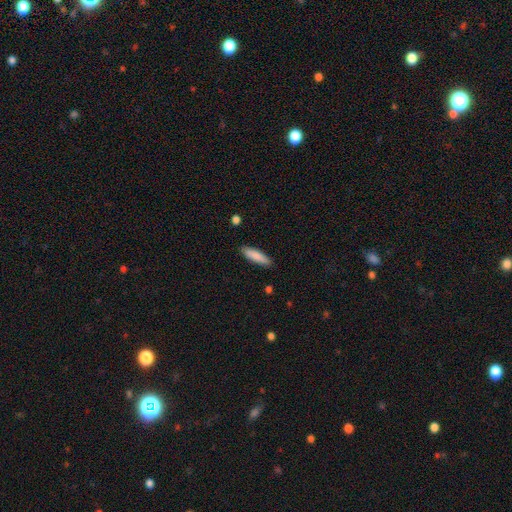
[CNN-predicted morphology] smooth 85%, featured or disk 9%, star or artifact 6%. Down the decision tree: how rounded — cigar-shaped (66%); merging — none (87%).